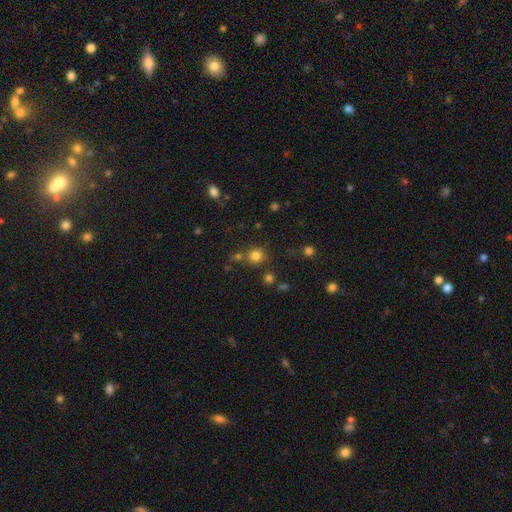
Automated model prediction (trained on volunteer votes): Smooth or featured?
  - smooth: 79% *
  - star or artifact: 15%
  - featured or disk: 6%
How rounded?
  - round: 90% *
  - in between: 9%
  - cigar-shaped: 1%
Merging?
  - none: 76% *
  - merger: 11%
  - minor disturbance: 9%
  - major disturbance: 4%